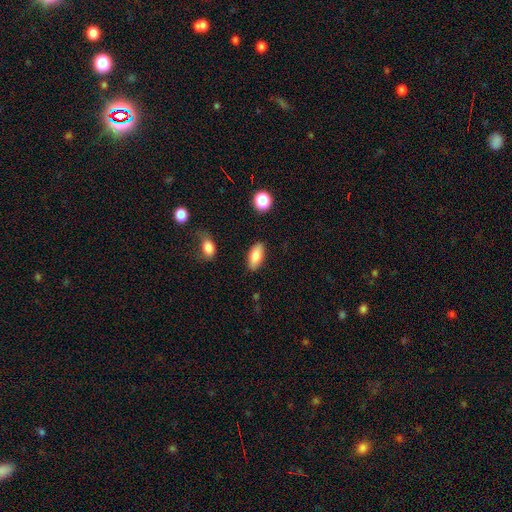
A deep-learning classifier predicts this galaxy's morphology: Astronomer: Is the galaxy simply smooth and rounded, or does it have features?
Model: smooth — 85%.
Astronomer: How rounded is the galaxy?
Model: in between — 88%.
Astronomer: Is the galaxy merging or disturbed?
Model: none — 85%.